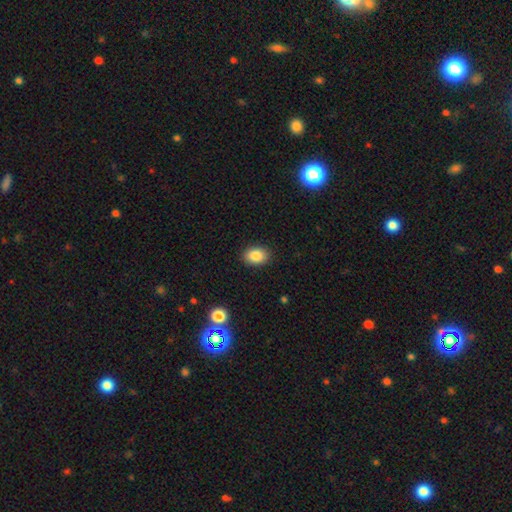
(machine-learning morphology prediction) smooth_or_featured: smooth (p=0.86) [alt: star or artifact p=0.09]
how_rounded: in between (p=0.74) [alt: round p=0.25]
merging: none (p=0.89) [alt: minor disturbance p=0.08]